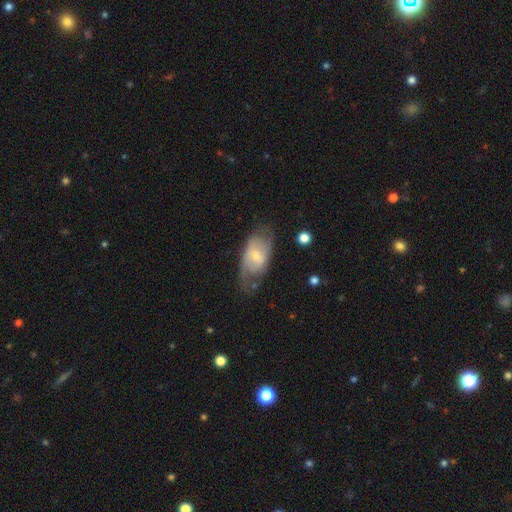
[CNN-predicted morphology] This appears to be a featured or disk galaxy (58%) with a weak bar (48%), spiral arms (75%) and a small central bulge (49%). Merging: none (52%).